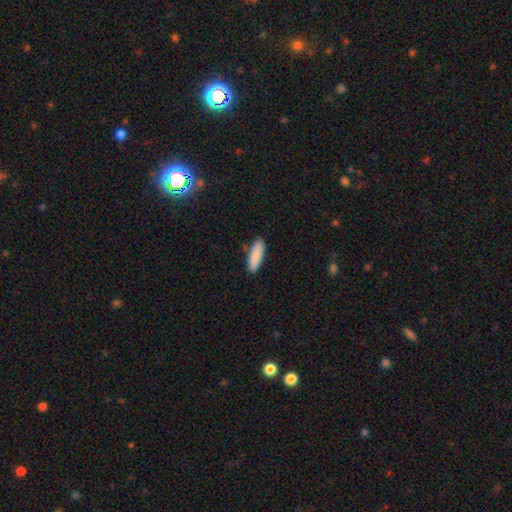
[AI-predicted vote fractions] smooth 88%, featured or disk 6%, star or artifact 6%. Down the decision tree: how rounded — cigar-shaped (52%); merging — none (85%).